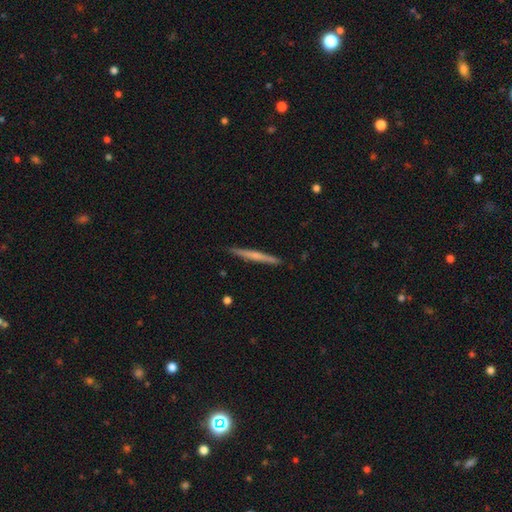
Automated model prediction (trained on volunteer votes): featured or disk 48%, smooth 46%, star or artifact 6%. Down the decision tree: merging — none (91%).